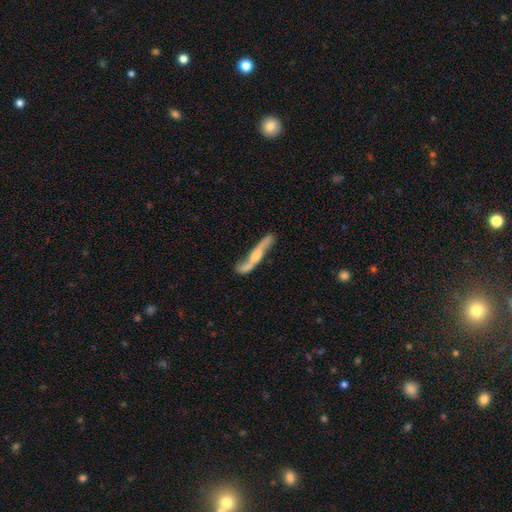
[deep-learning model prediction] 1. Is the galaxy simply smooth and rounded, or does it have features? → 76% featured or disk, 19% smooth, 5% star or artifact.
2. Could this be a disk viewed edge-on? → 53% yes, 47% no.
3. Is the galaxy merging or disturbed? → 62% none, 22% minor disturbance, 9% major disturbance, 7% merger.